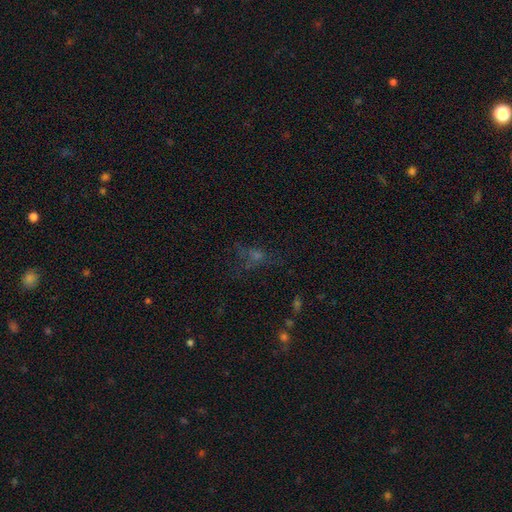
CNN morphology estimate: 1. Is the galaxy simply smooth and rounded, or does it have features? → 45% star or artifact, 30% smooth, 25% featured or disk.